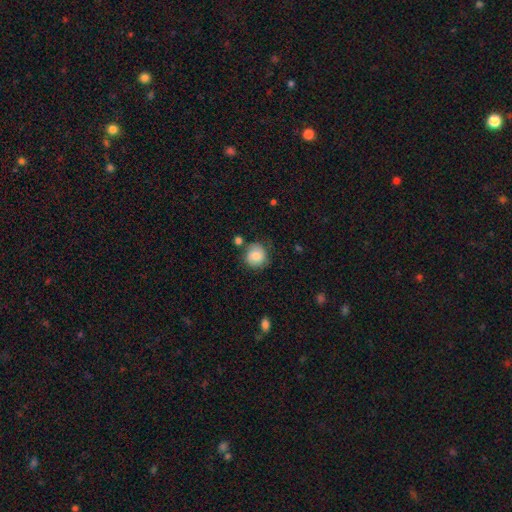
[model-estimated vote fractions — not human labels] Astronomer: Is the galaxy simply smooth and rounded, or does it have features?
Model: smooth — 75%.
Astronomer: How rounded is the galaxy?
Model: round — 90%.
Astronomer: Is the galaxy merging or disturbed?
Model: none — 71%.